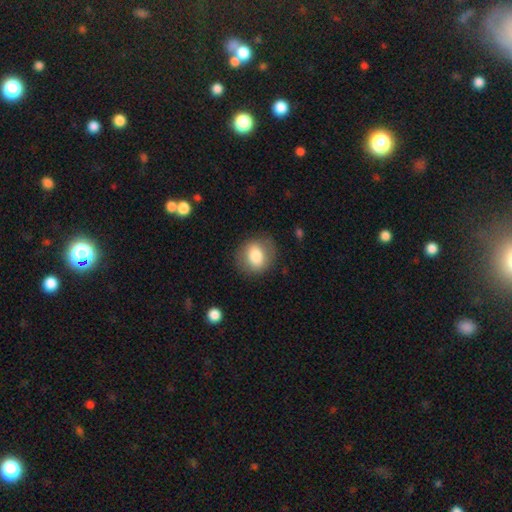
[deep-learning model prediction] A smooth galaxy with no disk features (78%) that is round (68%). Merging: none (83%).